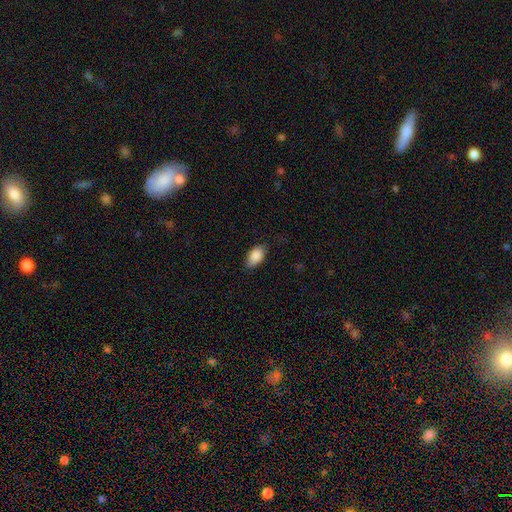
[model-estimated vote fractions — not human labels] smooth 88%, star or artifact 7%, featured or disk 5%. Down the decision tree: how rounded — in between (92%); merging — none (78%).